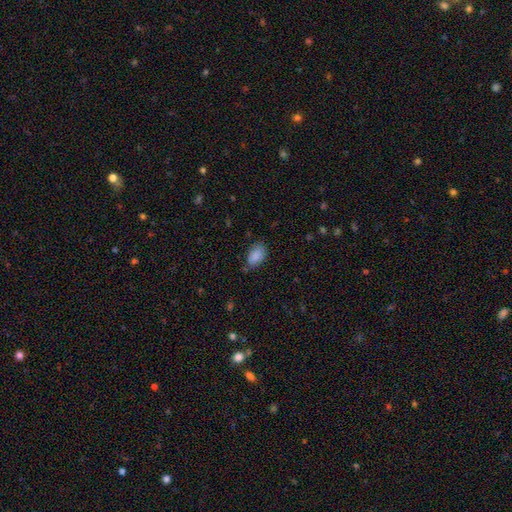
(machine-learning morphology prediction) Smooth or featured? Predicted: smooth (p=0.87). How rounded? Predicted: in between (p=0.90). Merging? Predicted: none (p=0.66).